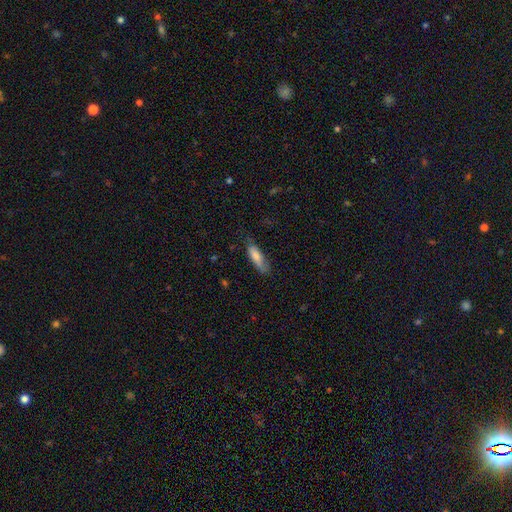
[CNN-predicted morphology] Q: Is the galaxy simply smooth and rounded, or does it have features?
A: smooth — 72%.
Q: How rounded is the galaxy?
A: cigar-shaped — 59%.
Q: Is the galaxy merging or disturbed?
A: none — 65%.